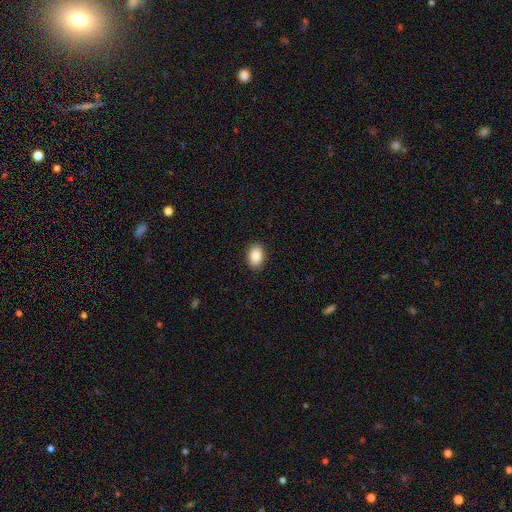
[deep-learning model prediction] Morphology: type=smooth (87%); roundness=in between (83%); merging=none (90%).